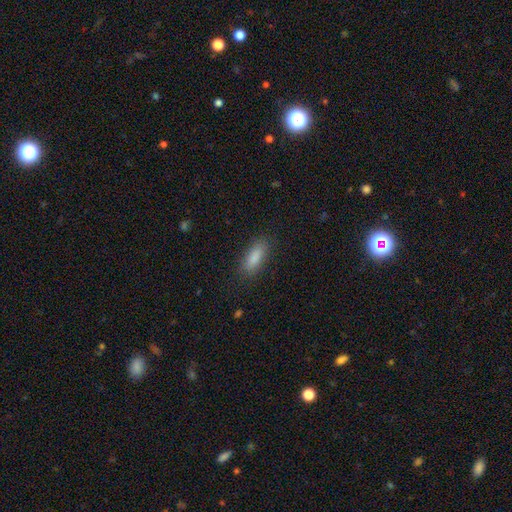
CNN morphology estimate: Smooth or featured? Predicted: smooth (p=0.84). How rounded? Predicted: in between (p=0.65). Merging? Predicted: none (p=0.86).